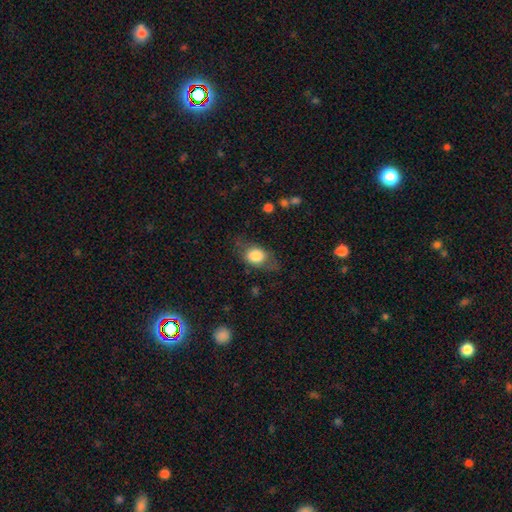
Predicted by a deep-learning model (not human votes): Smooth or featured: smooth — 75% (featured or disk — 18%)
How rounded: in between — 68% (round — 29%)
Merging: none — 64% (minor disturbance — 22%)